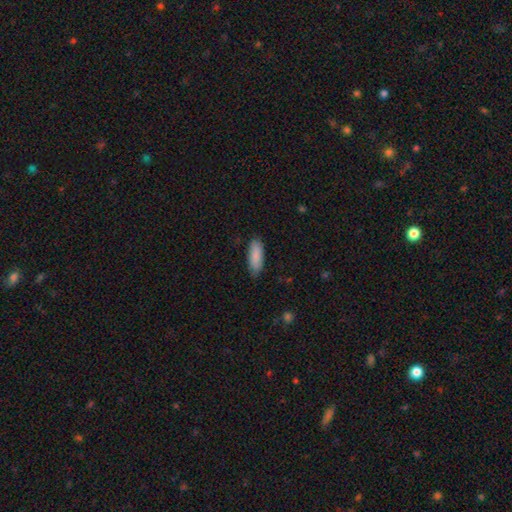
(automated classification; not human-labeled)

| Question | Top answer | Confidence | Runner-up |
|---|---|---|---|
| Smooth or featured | smooth | 89% | featured or disk (6%) |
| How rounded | in between | 68% | cigar-shaped (31%) |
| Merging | none | 81% | minor disturbance (15%) |